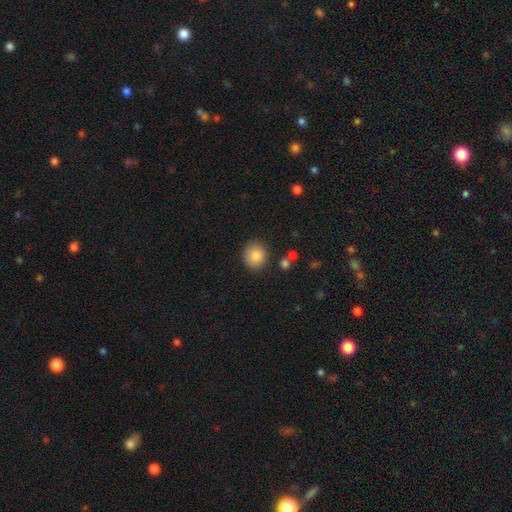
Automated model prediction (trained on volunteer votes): Smooth or featured? Predicted: smooth (p=0.82). How rounded? Predicted: round (p=0.83). Merging? Predicted: none (p=0.83).